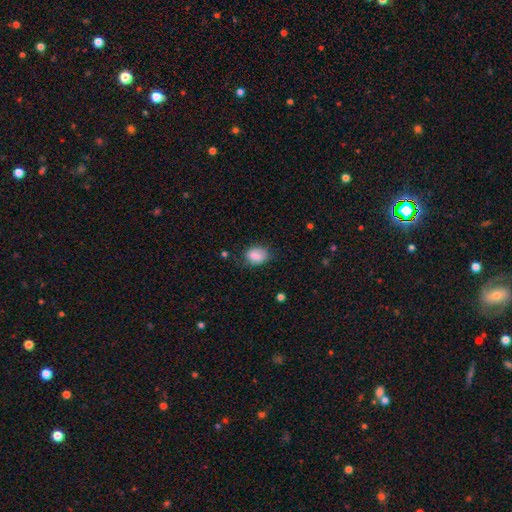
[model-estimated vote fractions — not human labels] Smooth or featured? smooth (81%)
How rounded? in between (70%)
Merging? none (65%)